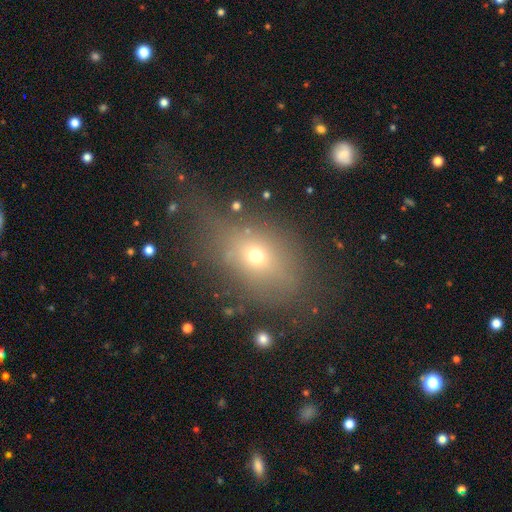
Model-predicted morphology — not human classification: This appears to be a smooth galaxy with no disk features (62%) that is in between round and cigar-shaped (57%). Merging: none (46%).